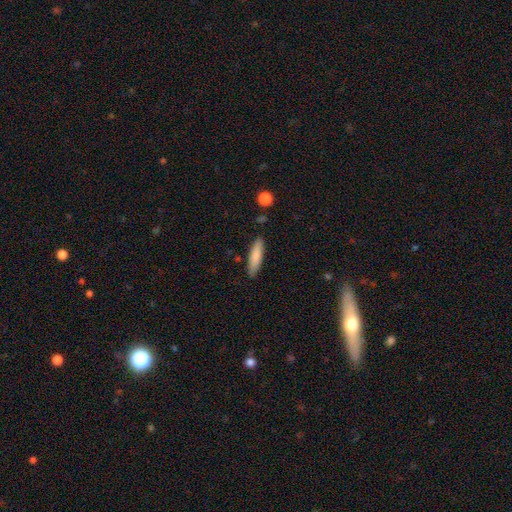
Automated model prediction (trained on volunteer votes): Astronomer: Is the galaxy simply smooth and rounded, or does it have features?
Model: smooth — 82%.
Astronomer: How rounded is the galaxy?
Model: cigar-shaped — 73%.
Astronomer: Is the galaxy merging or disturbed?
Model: none — 85%.